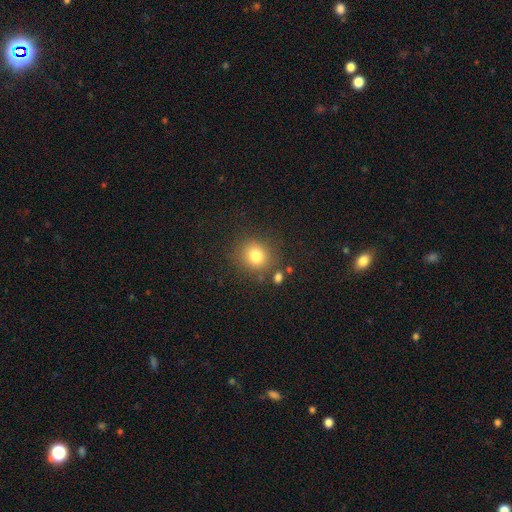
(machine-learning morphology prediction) Q: Smooth or featured?
A: smooth (80%); runner-up: star or artifact (13%)
Q: How rounded?
A: round (82%); runner-up: in between (17%)
Q: Merging?
A: none (80%); runner-up: minor disturbance (11%)